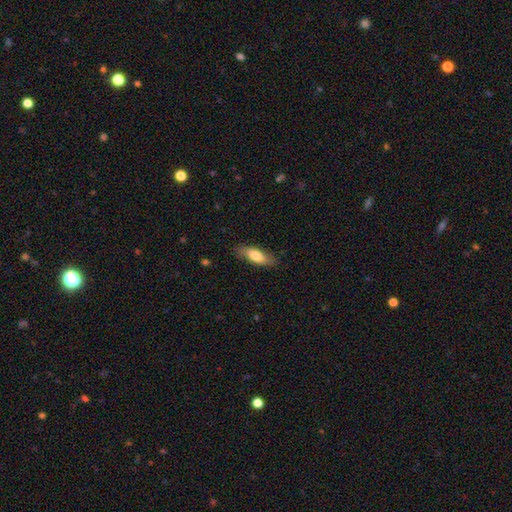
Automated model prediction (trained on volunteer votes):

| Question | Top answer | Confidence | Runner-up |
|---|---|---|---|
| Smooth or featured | smooth | 75% | featured or disk (19%) |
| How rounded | in between | 62% | cigar-shaped (35%) |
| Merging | none | 80% | minor disturbance (15%) |